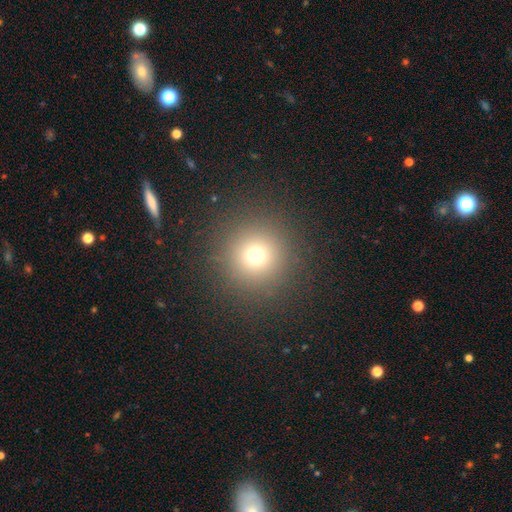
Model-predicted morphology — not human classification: smooth 71%, star or artifact 20%, featured or disk 9%. Down the decision tree: how rounded — round (96%); merging — none (90%).